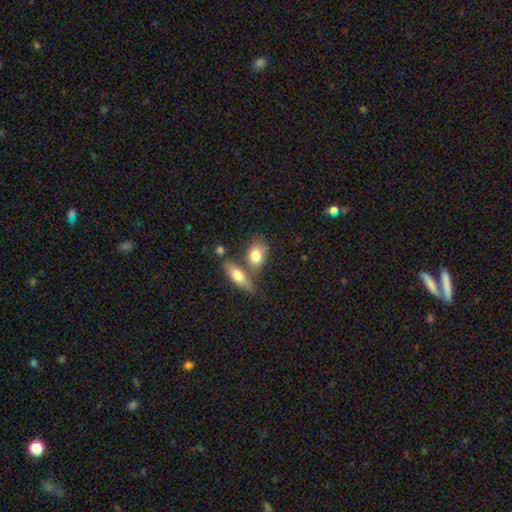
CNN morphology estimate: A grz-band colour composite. It shows a smooth galaxy with no disk features (78%) that is in between round and cigar-shaped (81%). Merging: none (45%).